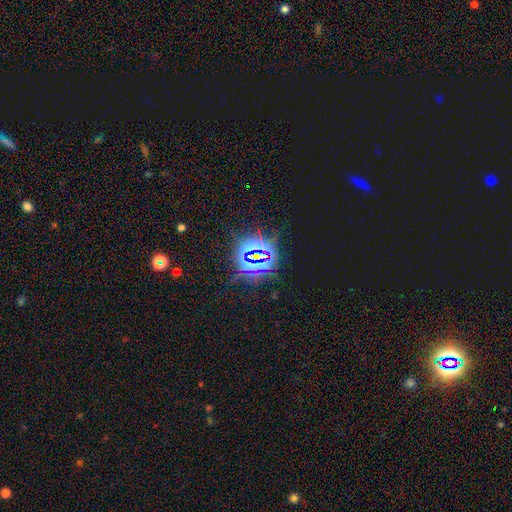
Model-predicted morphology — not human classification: Overall: star or artifact (82%).